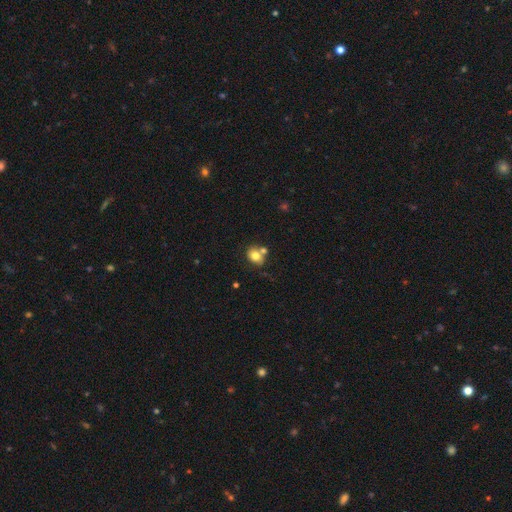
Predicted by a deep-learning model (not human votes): smooth 76%, featured or disk 14%, star or artifact 10%. Down the decision tree: how rounded — round (51%); merging — none (52%).